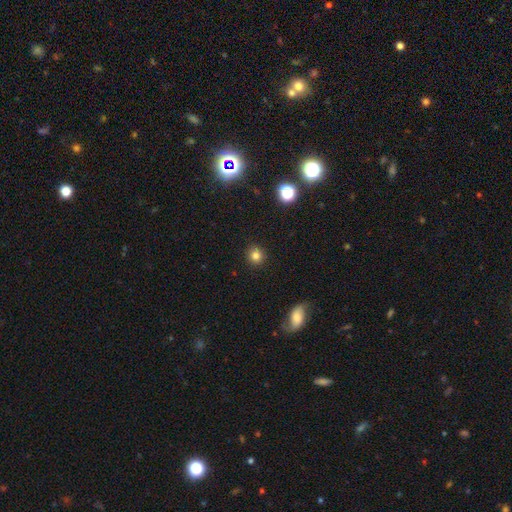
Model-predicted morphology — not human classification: smooth-or-featured: smooth: 82% | star or artifact: 13% | featured or disk: 5%
  how-rounded: round: 90% | in between: 9% | cigar-shaped: 1%
  merging: none: 91% | minor disturbance: 6% | major disturbance: 2% | merger: 1%